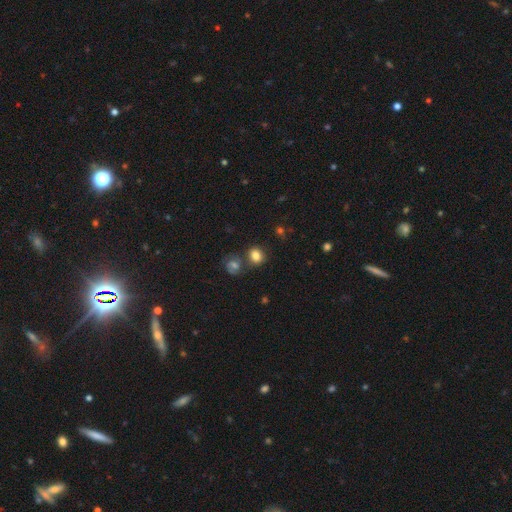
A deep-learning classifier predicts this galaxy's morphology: The model was most divided on "how rounded": round: 58%, in between: 41%, cigar-shaped: 1%. More confident: smooth or featured — smooth (81%); merging — none (65%).